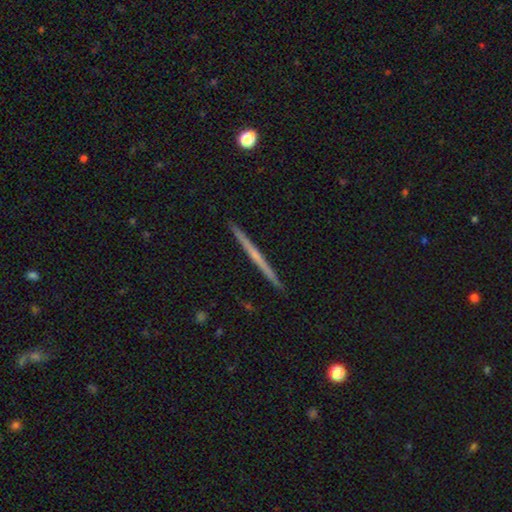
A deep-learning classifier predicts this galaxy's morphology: A featured or disk galaxy (64%) viewed edge-on (98%) with no central bulge (77%).

Vote fractions:
- Smooth or featured? featured or disk: 64% / smooth: 31% / star or artifact: 6%
- Edge-on disk? yes: 98% / no: 2%
- Edge-on bulge? none: 77% / rounded: 19% / boxy: 4%
- Merging? none: 93% / minor disturbance: 5% / merger: 1% / major disturbance: 1%